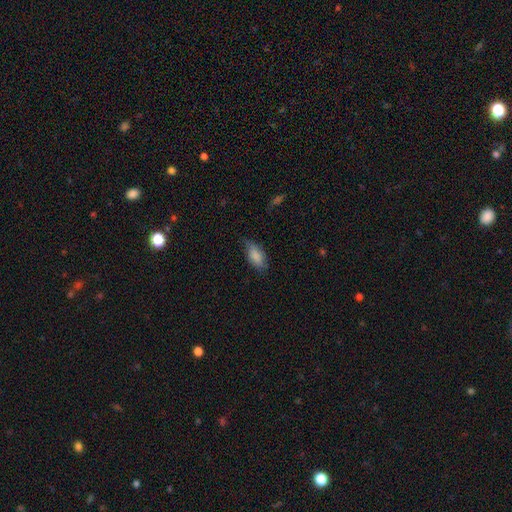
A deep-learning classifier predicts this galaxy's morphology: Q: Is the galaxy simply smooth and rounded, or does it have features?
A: smooth — 83%.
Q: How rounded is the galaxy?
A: in between — 87%.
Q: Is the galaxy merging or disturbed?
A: none — 59%.